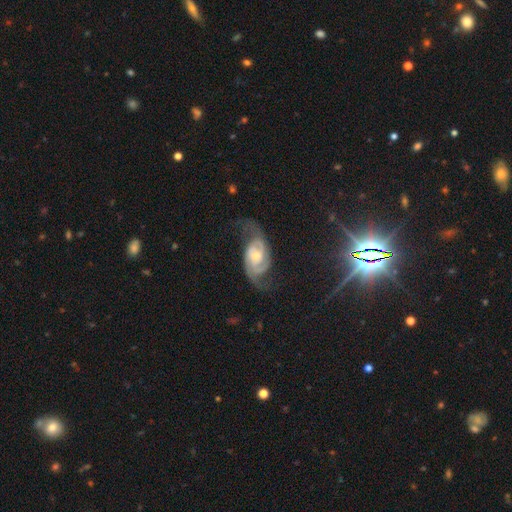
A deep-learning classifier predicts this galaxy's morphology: This is clearly a featured or disk galaxy (84%). It is clearly not viewed edge-on (96%). Bar: possibly no (56%). Spiral arm pattern: clearly yes (96%). Spiral arm count: clearly 2 (82%). Spiral winding: marginally medium (44%). Central bulge: possibly moderate (53%). Merging: possibly none (59%).